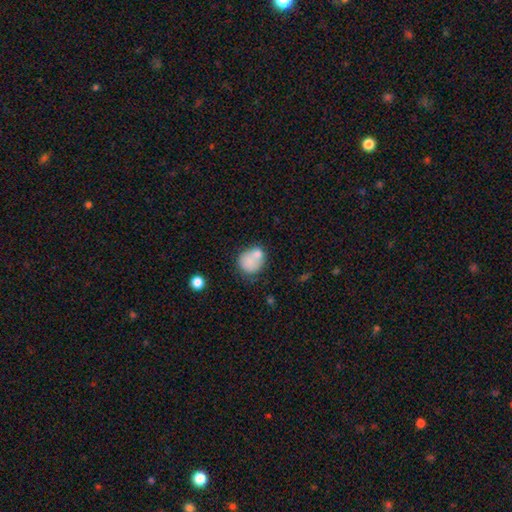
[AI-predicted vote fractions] smooth-or-featured: smooth: 76% | featured or disk: 16% | star or artifact: 9%
  how-rounded: round: 71% | in between: 28% | cigar-shaped: 1%
  merging: none: 41% | merger: 37% | minor disturbance: 15% | major disturbance: 7%